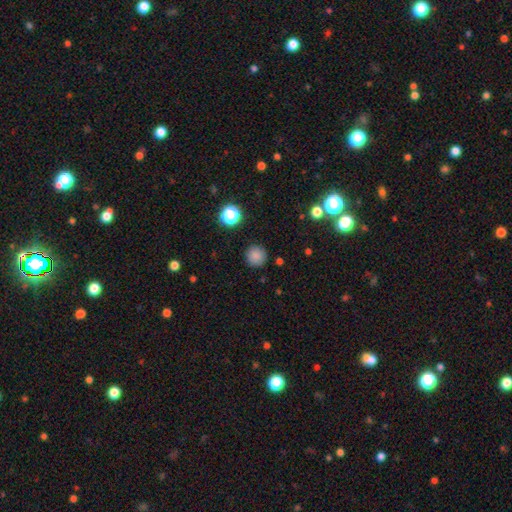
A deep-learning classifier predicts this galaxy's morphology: Smooth or featured? Predicted: smooth (p=0.83). How rounded? Predicted: round (p=0.95). Merging? Predicted: none (p=0.89).